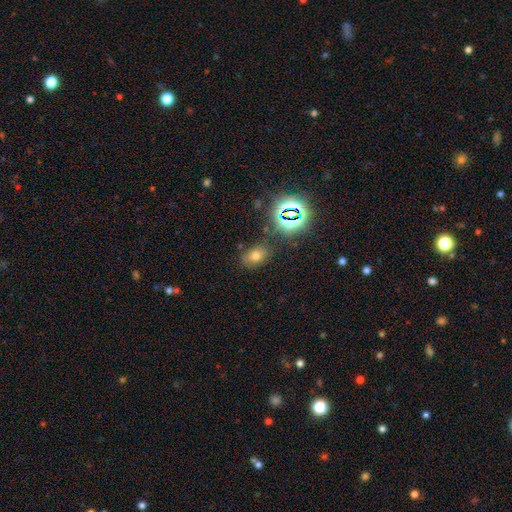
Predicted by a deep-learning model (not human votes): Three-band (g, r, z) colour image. It shows a smooth galaxy with no disk features (61%) that is in between round and cigar-shaped (79%). Merging: none (77%).